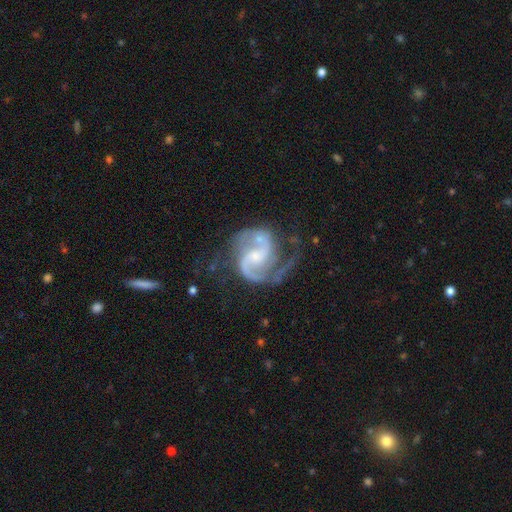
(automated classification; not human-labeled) A featured or disk galaxy (91%) with no bar (43%, tied with weak), 2 (88%) medium (59%) spiral arms (98%) and a small central bulge (58%). Merging: none (57%).